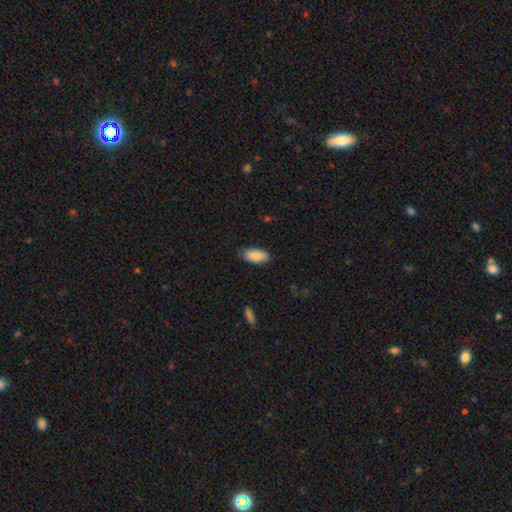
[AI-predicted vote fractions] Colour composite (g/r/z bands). It shows a smooth galaxy with no disk features (88%) that is in between round and cigar-shaped (90%). Merging: none (84%).